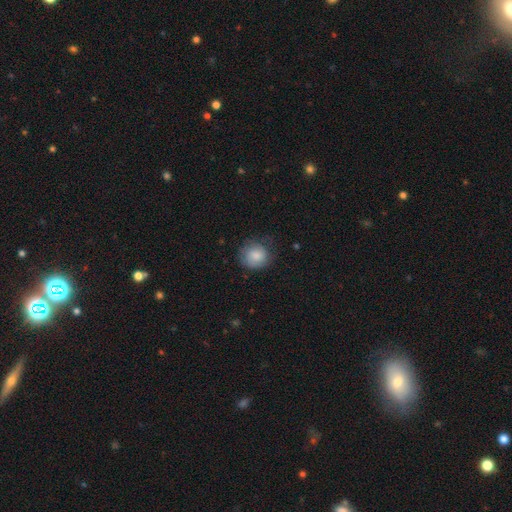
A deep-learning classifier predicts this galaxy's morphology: The model was most divided on "merging": none: 70%, minor disturbance: 22%, major disturbance: 7%, merger: 1%. More confident: how rounded — round (86%); smooth or featured — smooth (81%).